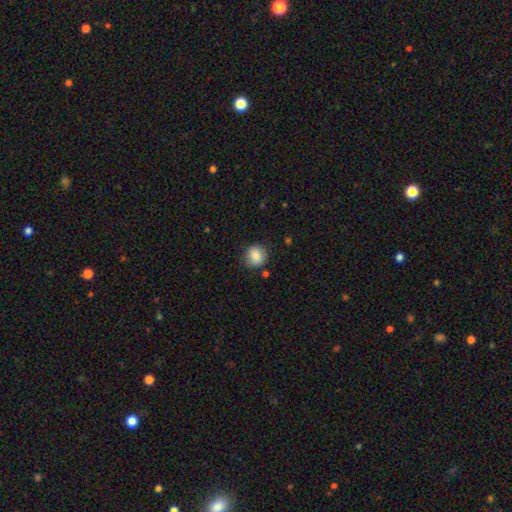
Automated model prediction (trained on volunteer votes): A smooth galaxy with no disk features (86%) that is round (82%). Merging: none (82%).